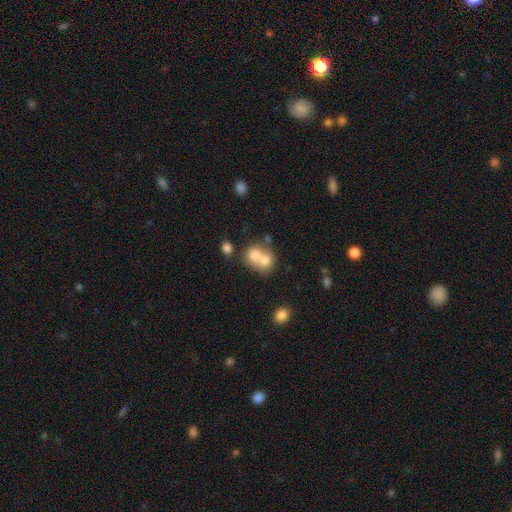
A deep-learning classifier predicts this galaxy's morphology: A smooth galaxy with no disk features (71%) that is round (69%). Merging: merger (68%).